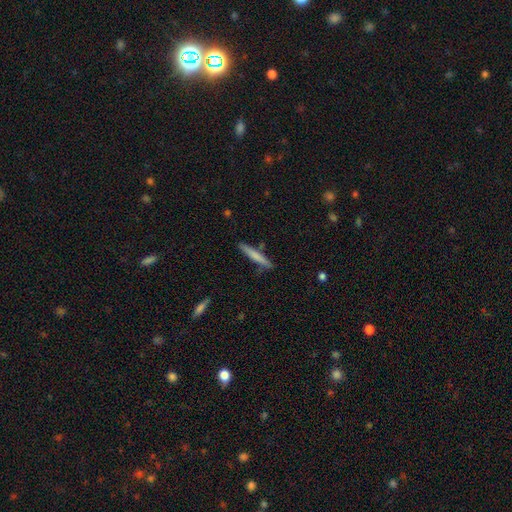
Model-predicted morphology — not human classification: A smooth galaxy with no disk features (69%) that is cigar-shaped (95%).

Vote fractions:
- Smooth or featured? smooth: 69% / featured or disk: 25% / star or artifact: 5%
- How rounded? cigar-shaped: 95% / in between: 4% / round: 1%
- Merging? none: 85% / minor disturbance: 10% / merger: 3% / major disturbance: 2%